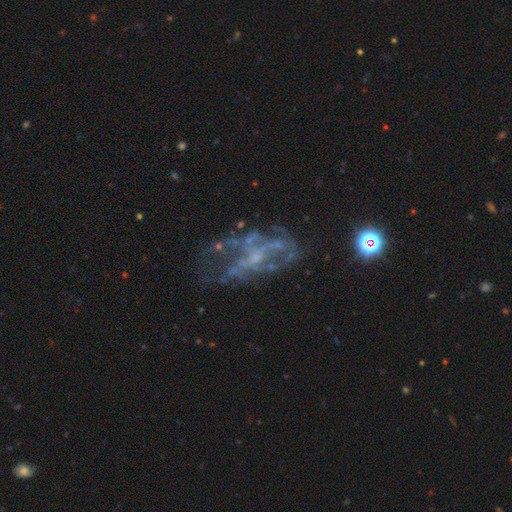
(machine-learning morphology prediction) Smooth or featured? Predicted: featured or disk (p=0.70). Edge-on disk? Predicted: no (p=0.96). Bar? Predicted: no (p=0.72). Spiral arms? Predicted: no (p=0.64). Bulge size? Predicted: none (p=0.51). Merging? Predicted: none (p=0.43).